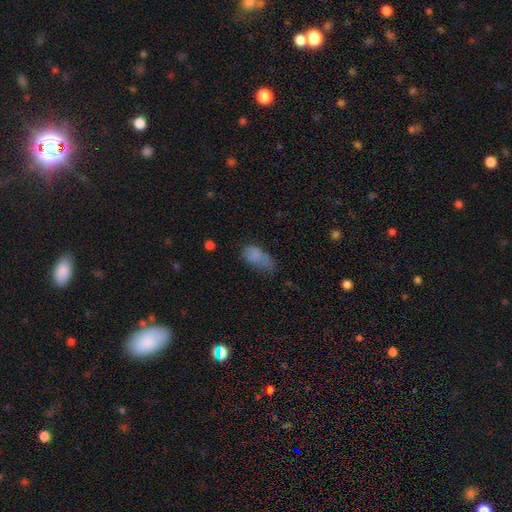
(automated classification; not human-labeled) Smooth or featured? smooth (77%)
How rounded? in between (89%)
Merging? minor disturbance (36%)